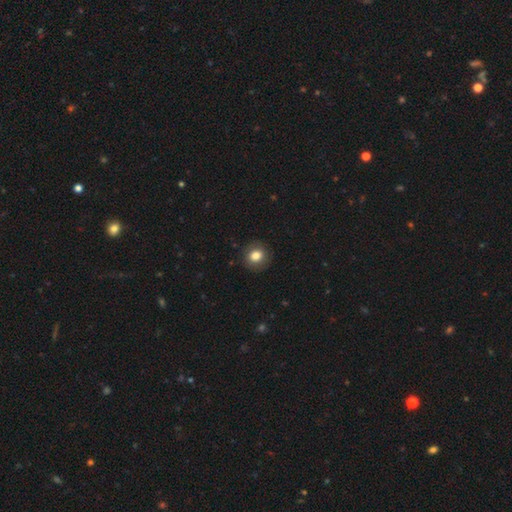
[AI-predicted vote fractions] smooth 81%, featured or disk 10%, star or artifact 9%. Down the decision tree: how rounded — round (82%); merging — none (89%).